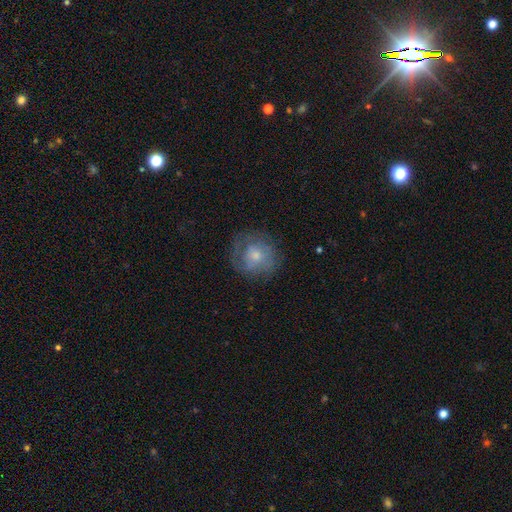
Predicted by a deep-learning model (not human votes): A smooth galaxy with no disk features (56%) that is round (84%).

Vote fractions:
- Smooth or featured? smooth: 56% / featured or disk: 36% / star or artifact: 8%
- How rounded? round: 84% / in between: 15% / cigar-shaped: 1%
- Merging? none: 64% / minor disturbance: 21% / major disturbance: 14% / merger: 1%